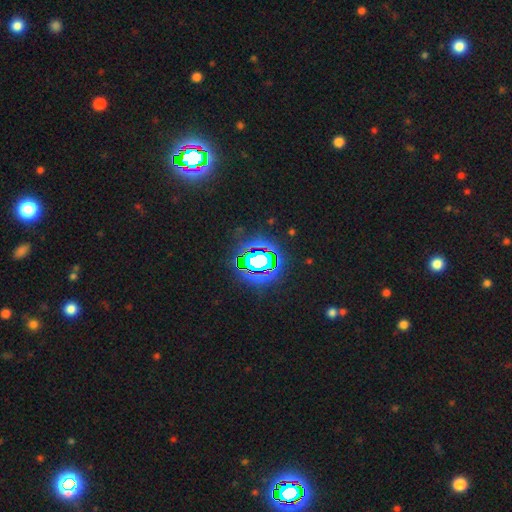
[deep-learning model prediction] Overall: star or artifact (77%).